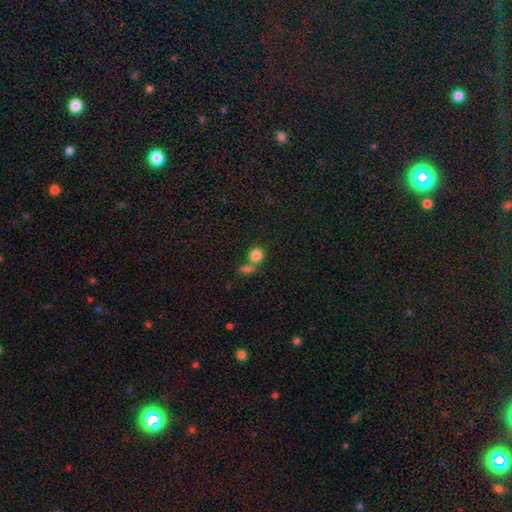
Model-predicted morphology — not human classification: Q: Smooth or featured?
A: smooth (84%); runner-up: star or artifact (10%)
Q: How rounded?
A: round (75%); runner-up: in between (24%)
Q: Merging?
A: none (45%); runner-up: merger (42%)